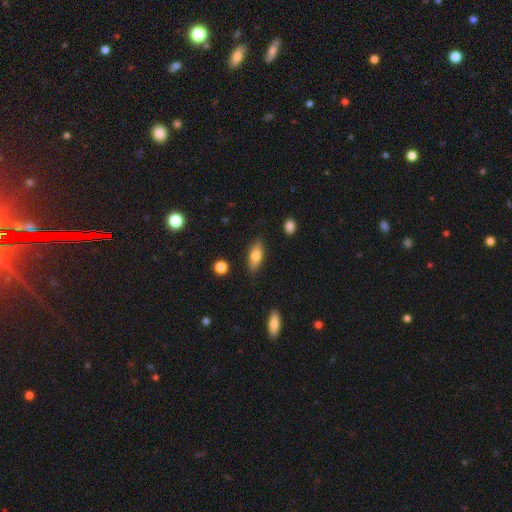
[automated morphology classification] This is likely a smooth galaxy (72%). How rounded: likely in between (75%). Merging: clearly none (85%).